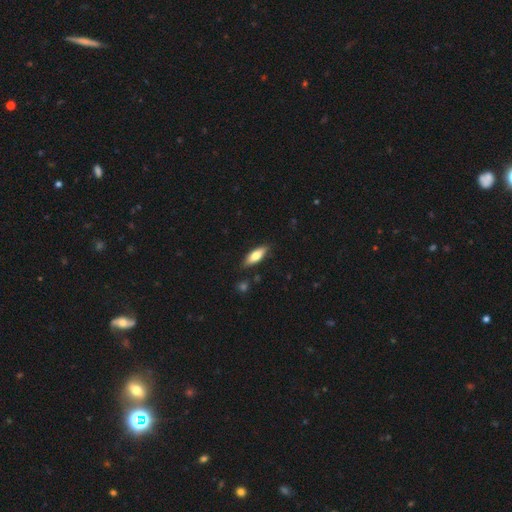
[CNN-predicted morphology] Overall: smooth (70%). How rounded: in between (61%; cigar-shaped 37%). Merging: none (85%).